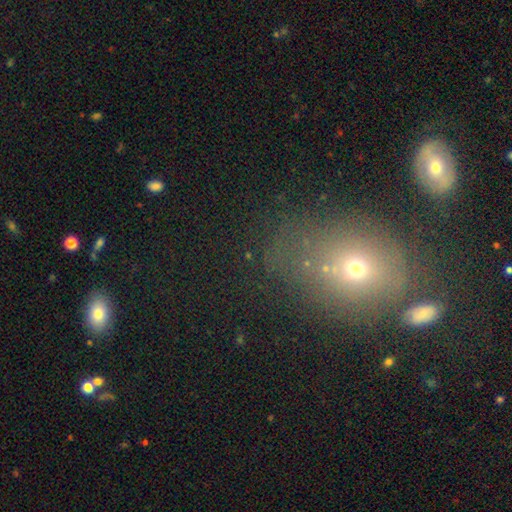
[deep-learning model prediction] Smooth or featured: smooth — 50% (star or artifact — 32%)
Merging: none — 58% (minor disturbance — 16%)